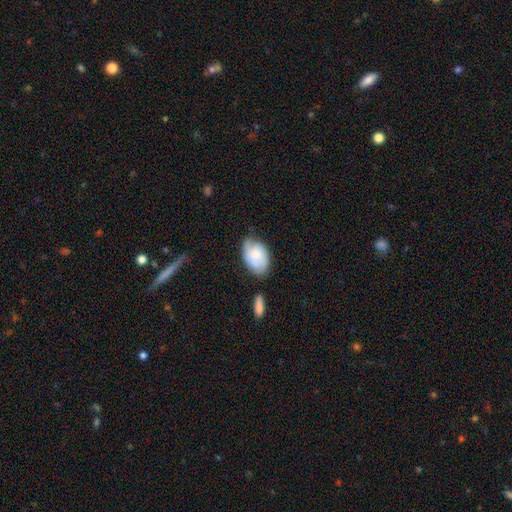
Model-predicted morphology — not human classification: This is possibly a smooth galaxy (49%). Merging: possibly none (55%).